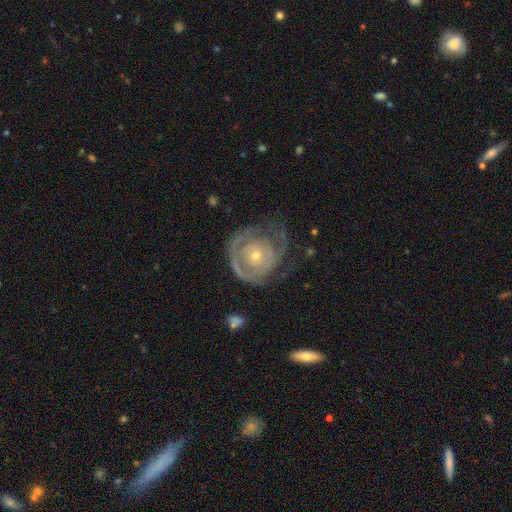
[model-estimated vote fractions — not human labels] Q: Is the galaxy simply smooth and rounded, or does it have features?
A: featured or disk — 80%.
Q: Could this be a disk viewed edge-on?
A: no — 97%.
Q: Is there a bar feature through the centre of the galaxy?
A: no — 81%.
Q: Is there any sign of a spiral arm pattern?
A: yes — 79%.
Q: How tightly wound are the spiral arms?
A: tight — 71%.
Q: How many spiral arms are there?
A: can't tell — 40%.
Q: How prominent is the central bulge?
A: small — 62%.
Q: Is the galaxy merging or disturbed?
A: none — 56%.